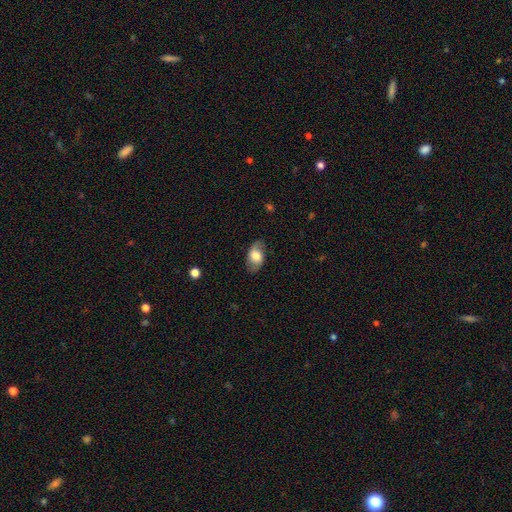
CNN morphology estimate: Smooth or featured?
  - smooth: 62% *
  - featured or disk: 30%
  - star or artifact: 8%
How rounded?
  - in between: 88% *
  - round: 9%
  - cigar-shaped: 2%
Merging?
  - none: 75% *
  - minor disturbance: 17%
  - major disturbance: 6%
  - merger: 1%